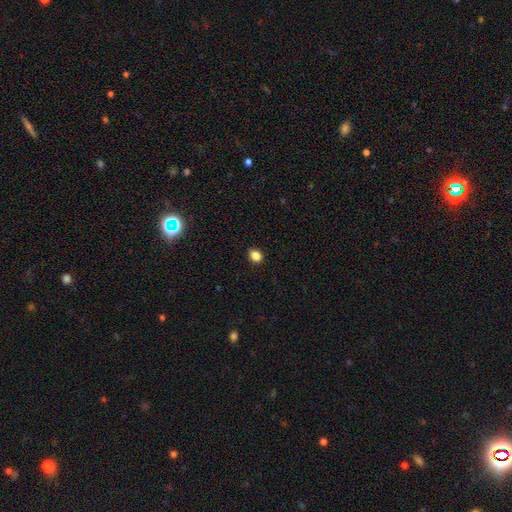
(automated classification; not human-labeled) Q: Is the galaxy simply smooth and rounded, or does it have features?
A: smooth — 84%.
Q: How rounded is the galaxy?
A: in between — 56%.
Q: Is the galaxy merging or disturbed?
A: none — 87%.